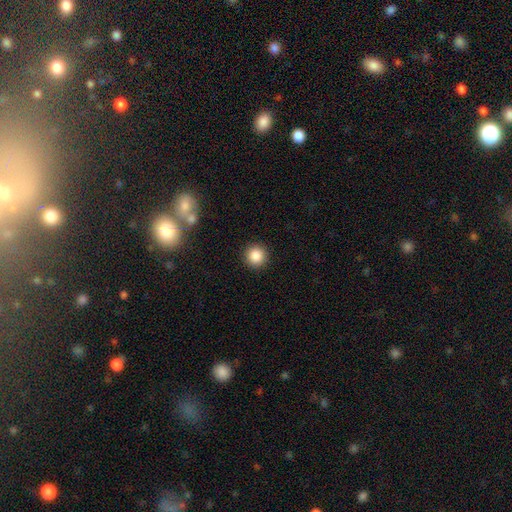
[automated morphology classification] Smooth or featured?
  - smooth: 86% *
  - star or artifact: 10%
  - featured or disk: 4%
How rounded?
  - round: 95% *
  - in between: 4%
  - cigar-shaped: 1%
Merging?
  - none: 92% *
  - minor disturbance: 5%
  - major disturbance: 2%
  - merger: 1%